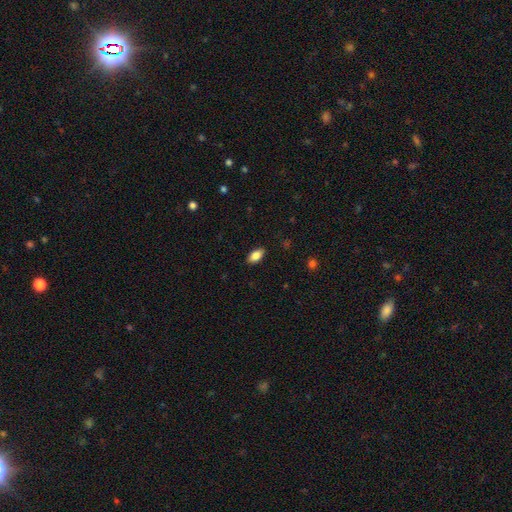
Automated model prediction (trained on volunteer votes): smooth_or_featured: smooth (p=0.83) [alt: featured or disk p=0.10]
how_rounded: in between (p=0.91) [alt: cigar-shaped p=0.05]
merging: none (p=0.87) [alt: minor disturbance p=0.10]